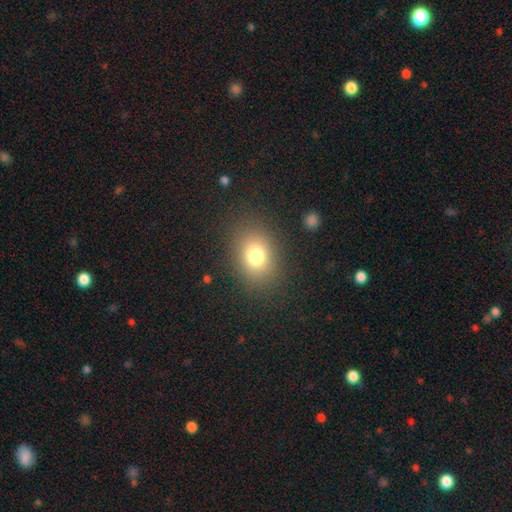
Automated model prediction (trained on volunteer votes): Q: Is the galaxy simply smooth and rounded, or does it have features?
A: smooth — 76%.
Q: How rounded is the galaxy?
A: in between — 61%.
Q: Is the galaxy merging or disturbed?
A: none — 84%.